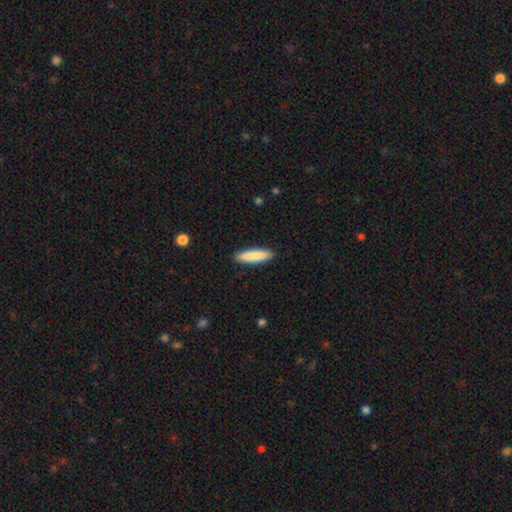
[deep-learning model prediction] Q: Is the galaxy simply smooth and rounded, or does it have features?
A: smooth — 86%.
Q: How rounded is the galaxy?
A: cigar-shaped — 81%.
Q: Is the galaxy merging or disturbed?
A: none — 91%.